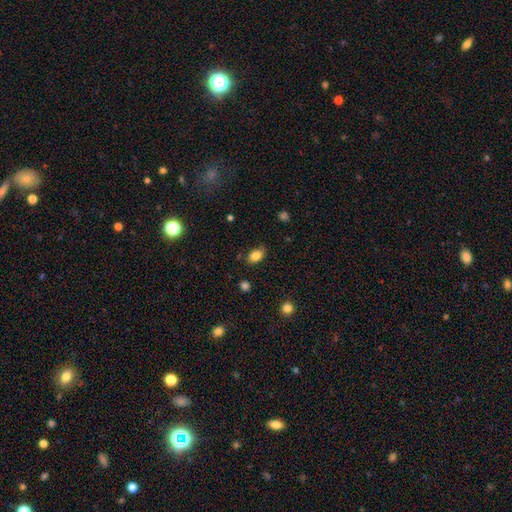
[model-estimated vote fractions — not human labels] smooth 84%, star or artifact 9%, featured or disk 7%. Down the decision tree: how rounded — in between (84%); merging — none (81%).